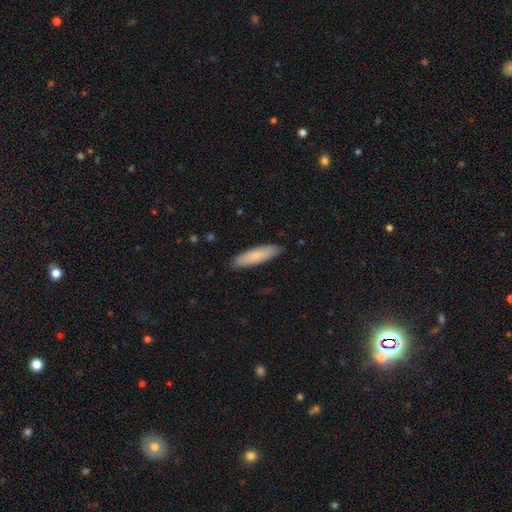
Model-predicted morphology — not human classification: A smooth galaxy with no disk features (81%) that is cigar-shaped (68%).

Vote fractions:
- Smooth or featured? smooth: 81% / featured or disk: 14% / star or artifact: 5%
- How rounded? cigar-shaped: 68% / in between: 31% / round: 1%
- Merging? none: 89% / minor disturbance: 9% / major disturbance: 2% / merger: 1%